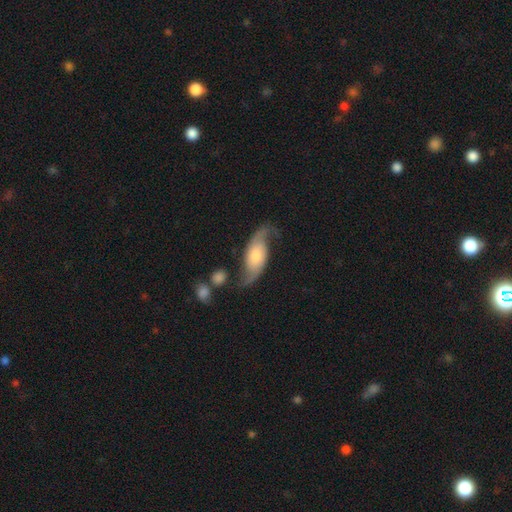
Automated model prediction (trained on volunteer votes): Morphology: type=featured or disk (81%); edge-on=no (93%); bar=no (63%); spiral arms=yes (96%); winding=loose (69%); arm count=2 (92%); bulge=moderate (44%); merging=none (65%).